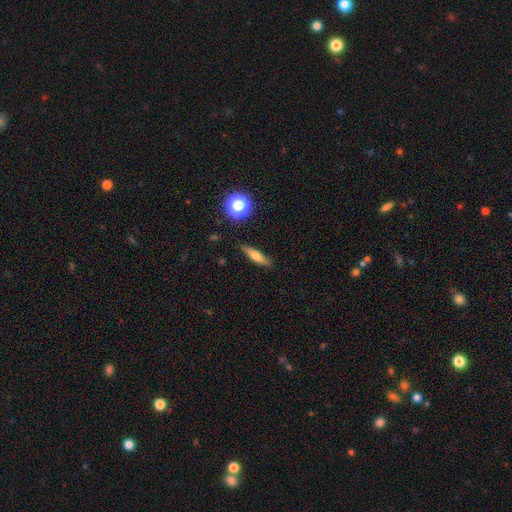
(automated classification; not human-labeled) Overall: smooth (62%; featured or disk 28%). How rounded: cigar-shaped (69%). Merging: none (85%).